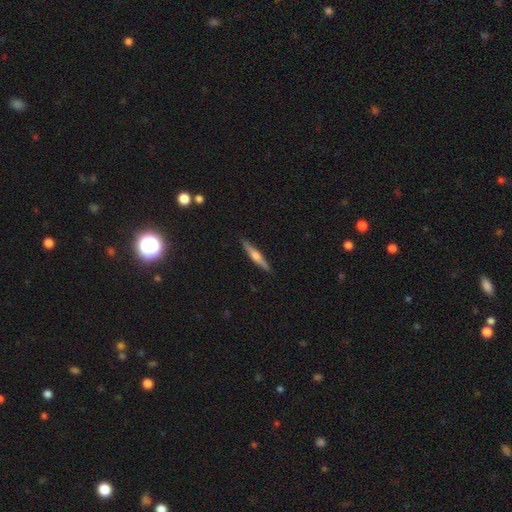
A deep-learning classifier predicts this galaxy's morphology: type=featured or disk (56%); edge-on=yes (97%); edge-on bulge=rounded (81%); merging=none (91%).